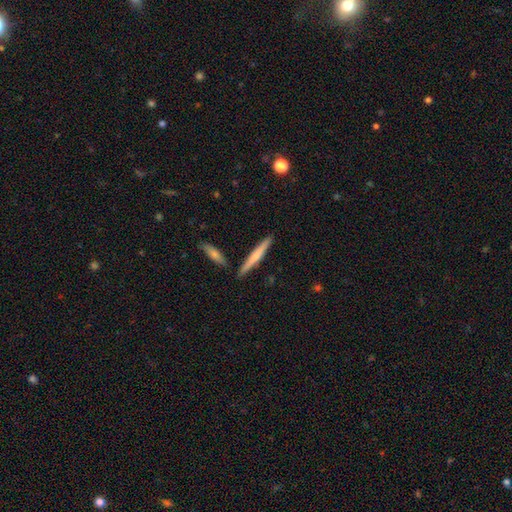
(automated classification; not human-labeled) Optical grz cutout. It shows a smooth galaxy with no disk features (52%) that is cigar-shaped (94%). Merging: none (85%).